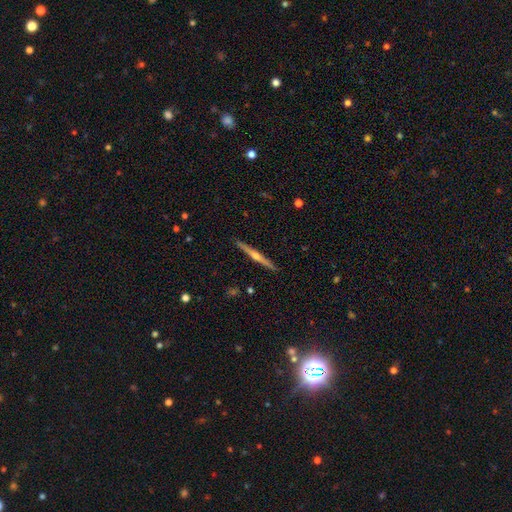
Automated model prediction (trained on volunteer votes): A featured or disk galaxy (76%) viewed edge-on (98%) with a rounded central bulge (87%). Merging: none (92%).